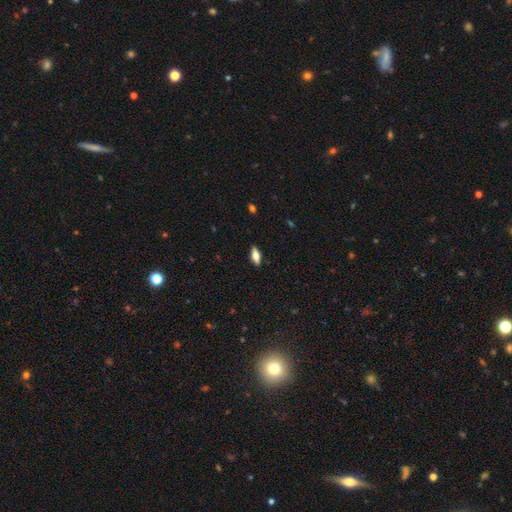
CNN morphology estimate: This is possibly a smooth galaxy (58%). How rounded: likely in between (69%). Merging: clearly none (88%).